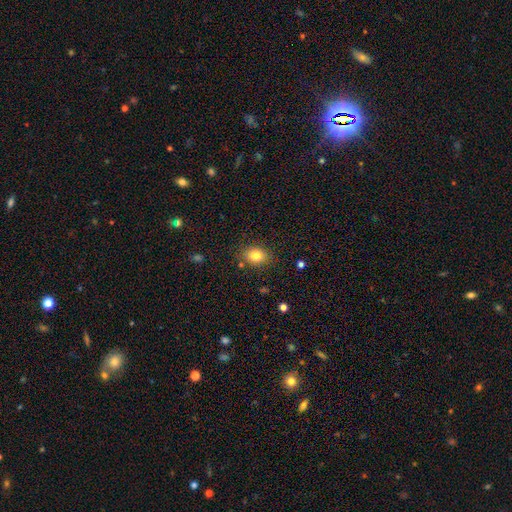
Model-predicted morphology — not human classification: The model was most divided on "how rounded": in between: 63%, round: 36%, cigar-shaped: 1%. More confident: merging — none (84%); smooth or featured — smooth (81%).